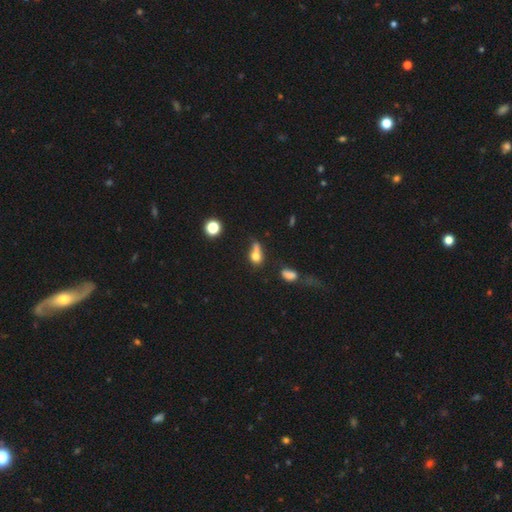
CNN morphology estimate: Overall: smooth (69%). How rounded: round (50%; in between 44%). Merging: merger (35%; none 29%).